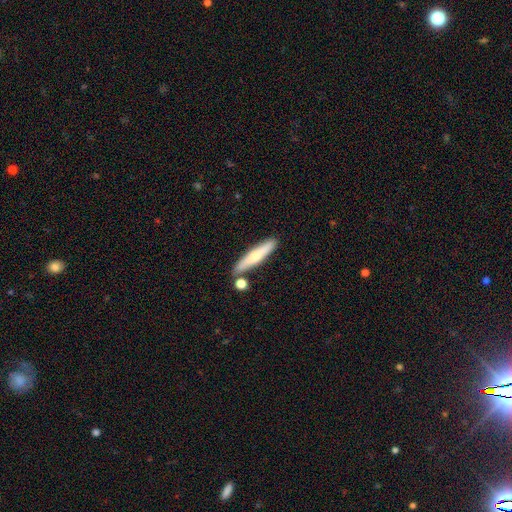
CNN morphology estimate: This appears to be a smooth galaxy with no disk features (58%) that is cigar-shaped (88%). Merging: none (79%).